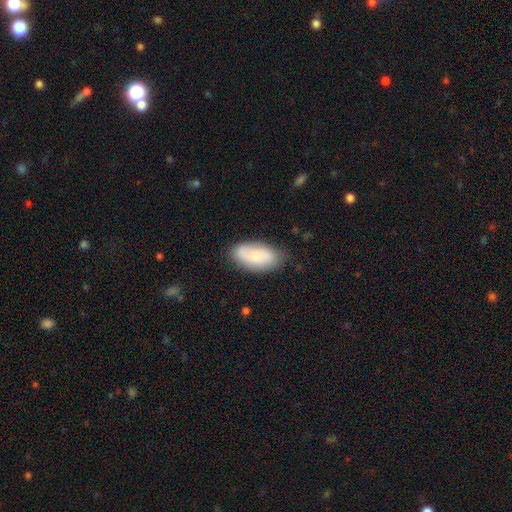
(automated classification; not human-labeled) The model was most divided on "smooth or featured": smooth: 58%, featured or disk: 36%, star or artifact: 7%. More confident: how rounded — in between (93%); merging — none (77%).